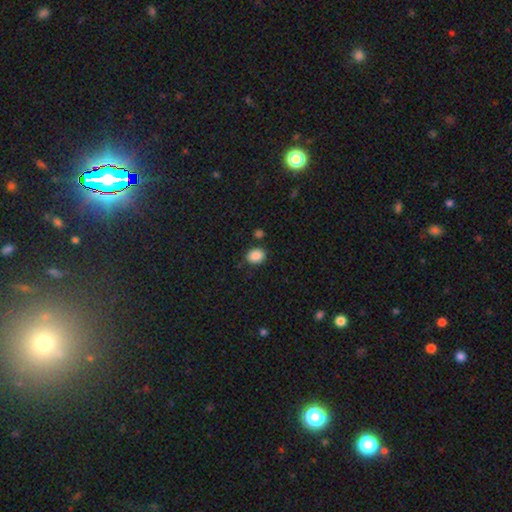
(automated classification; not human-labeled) Overall: smooth (88%). How rounded: round (50%; in between 49%). Merging: none (81%).